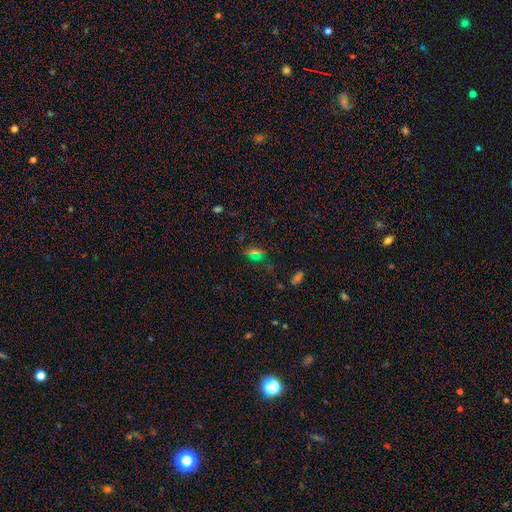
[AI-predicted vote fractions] smooth-or-featured: star or artifact: 45% (tied) | smooth: 45% (tied) | featured or disk: 10%